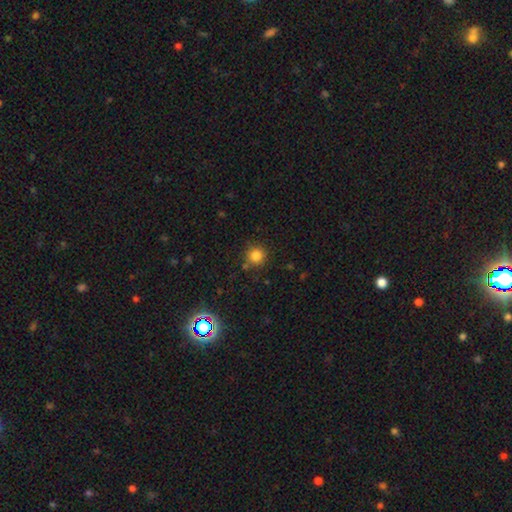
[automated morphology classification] Smooth or featured? smooth (83%)
How rounded? round (93%)
Merging? none (82%)